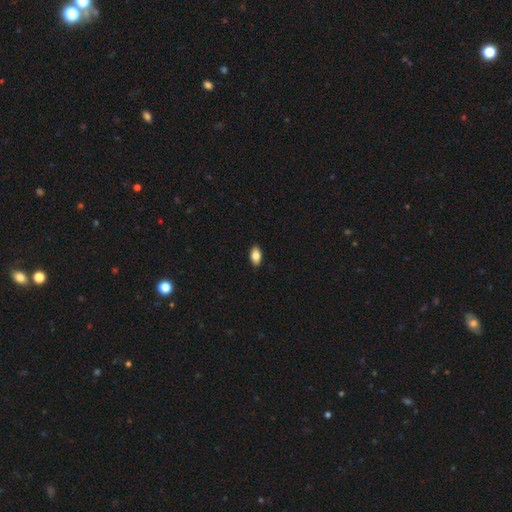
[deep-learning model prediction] A smooth galaxy with no disk features (82%) that is in between round and cigar-shaped (91%).

Vote fractions:
- Smooth or featured? smooth: 82% / featured or disk: 10% / star or artifact: 7%
- How rounded? in between: 91% / round: 5% / cigar-shaped: 3%
- Merging? none: 89% / minor disturbance: 9% / major disturbance: 2% / merger: 1%